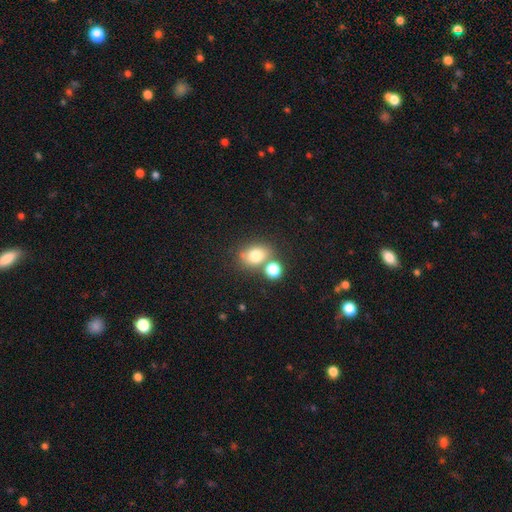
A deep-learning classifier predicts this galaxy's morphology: Smooth or featured?
  - smooth: 76% *
  - star or artifact: 12%
  - featured or disk: 12%
How rounded?
  - in between: 57% *
  - round: 42%
  - cigar-shaped: 1%
Merging?
  - none: 56% *
  - merger: 27%
  - minor disturbance: 12%
  - major disturbance: 5%